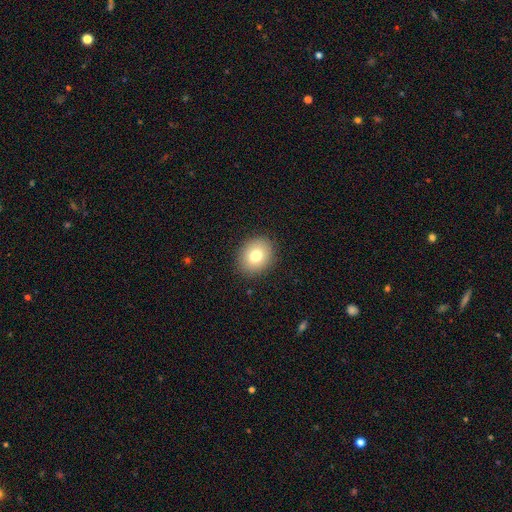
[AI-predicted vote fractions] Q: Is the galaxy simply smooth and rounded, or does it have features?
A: smooth — 78%.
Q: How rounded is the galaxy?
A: round — 58%.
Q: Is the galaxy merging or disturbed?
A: none — 89%.